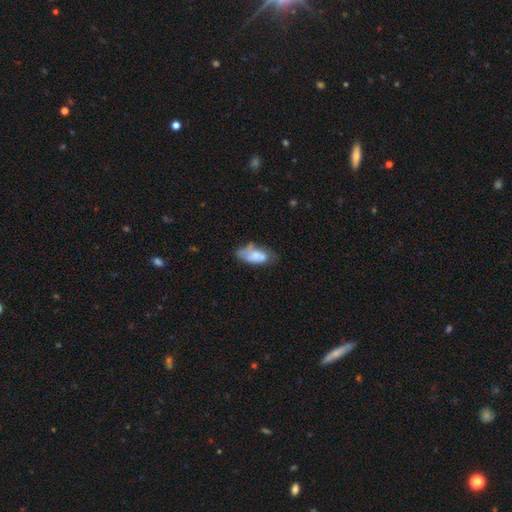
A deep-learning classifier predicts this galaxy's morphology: A smooth galaxy with no disk features (64%) that is in between round and cigar-shaped (88%).

Vote fractions:
- Smooth or featured? smooth: 64% / featured or disk: 29% / star or artifact: 8%
- How rounded? in between: 88% / cigar-shaped: 9% / round: 3%
- Merging? none: 39% / minor disturbance: 34% / major disturbance: 18% / merger: 10%